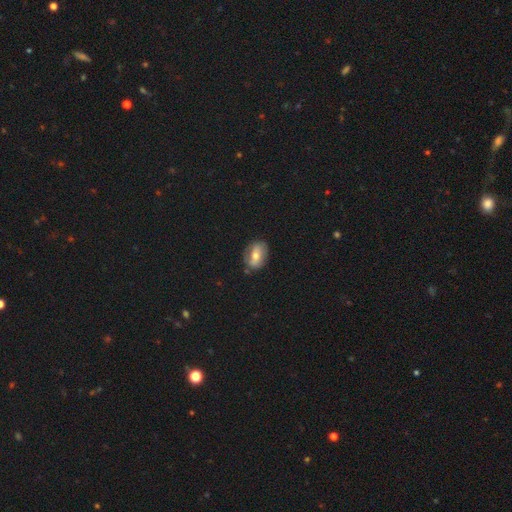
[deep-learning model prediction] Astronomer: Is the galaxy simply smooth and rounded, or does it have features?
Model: smooth — 52% (runner-up: featured or disk, 40%).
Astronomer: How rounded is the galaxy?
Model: in between — 74%.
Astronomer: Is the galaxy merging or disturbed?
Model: none — 77%.